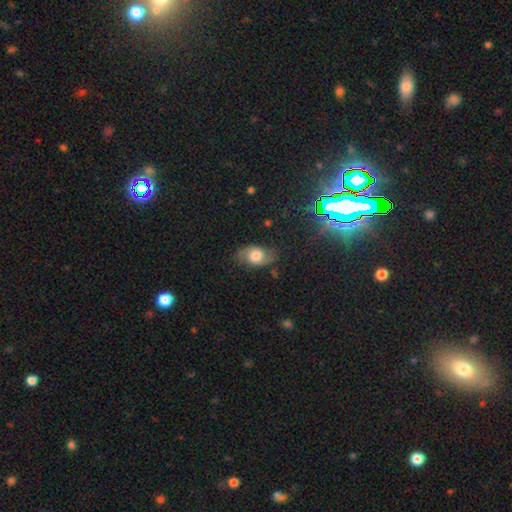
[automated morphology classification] A smooth galaxy with no disk features (45%, tied with featured or disk). Merging: none (75%).